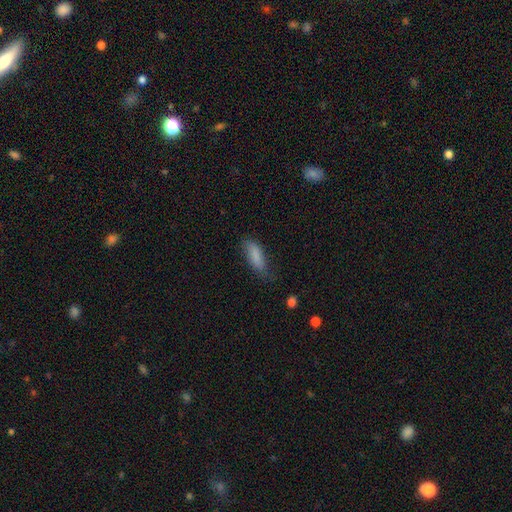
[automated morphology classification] type=smooth (84%); roundness=in between (65%); merging=none (61%).